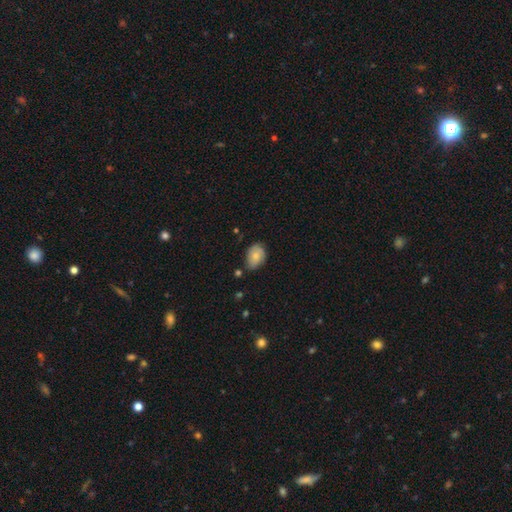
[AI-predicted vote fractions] Morphology: type=smooth (70%); roundness=in between (78%); merging=none (65%).